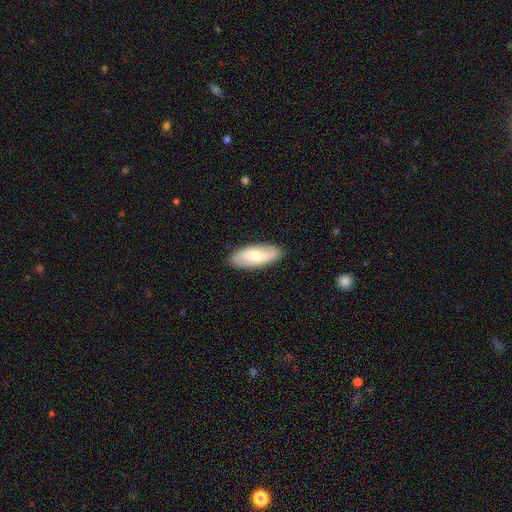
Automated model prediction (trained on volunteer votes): A featured or disk galaxy (48%). Merging: none (87%).